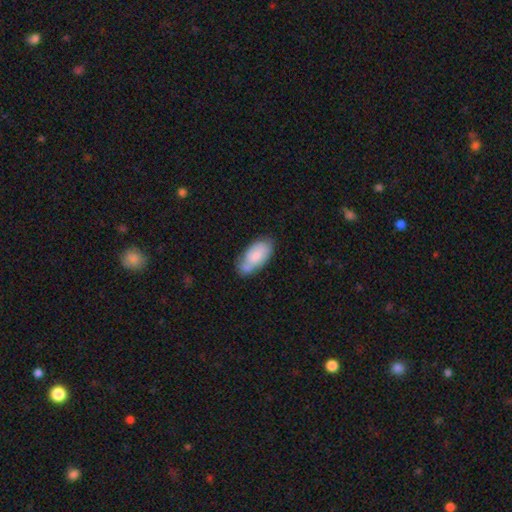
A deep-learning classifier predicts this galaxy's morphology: smooth-or-featured: smooth: 73% | featured or disk: 21% | star or artifact: 6%
  how-rounded: in between: 92% | cigar-shaped: 6% | round: 2%
  merging: none: 56% | minor disturbance: 29% | merger: 9% | major disturbance: 7%